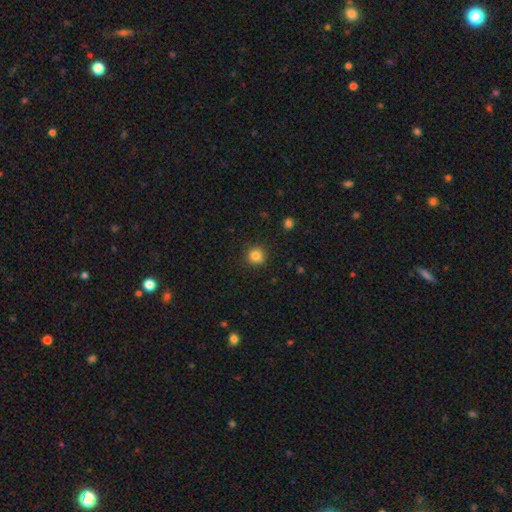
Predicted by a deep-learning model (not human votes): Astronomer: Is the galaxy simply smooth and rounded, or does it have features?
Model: smooth — 83%.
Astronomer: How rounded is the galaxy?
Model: round — 92%.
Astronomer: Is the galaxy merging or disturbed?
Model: none — 88%.